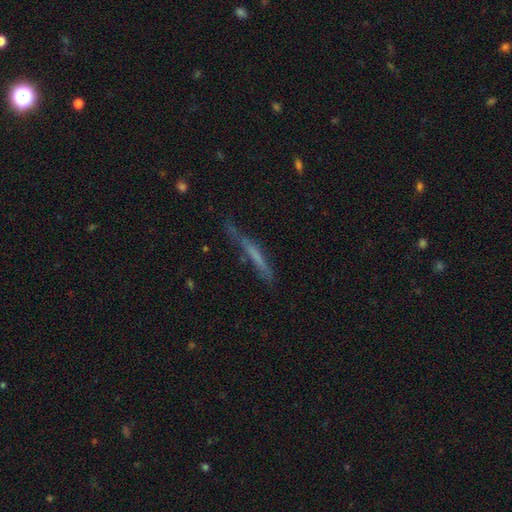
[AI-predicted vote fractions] Smooth or featured?
  - smooth: 49% *
  - featured or disk: 41%
  - star or artifact: 10%
Merging?
  - none: 57% *
  - minor disturbance: 27%
  - major disturbance: 12%
  - merger: 4%